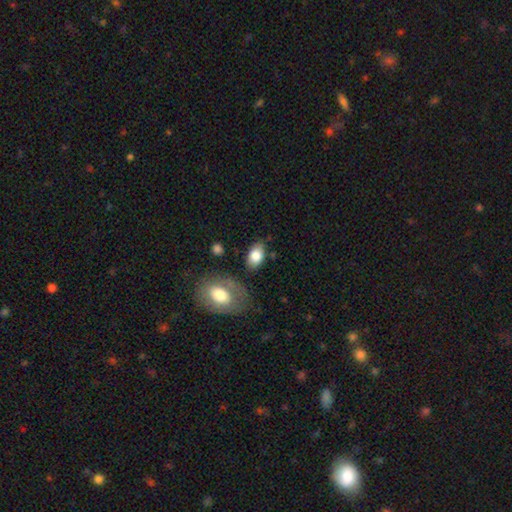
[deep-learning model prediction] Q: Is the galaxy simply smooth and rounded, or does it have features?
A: smooth — 81%.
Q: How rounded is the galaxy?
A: in between — 89%.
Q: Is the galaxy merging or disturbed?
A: none — 76%.